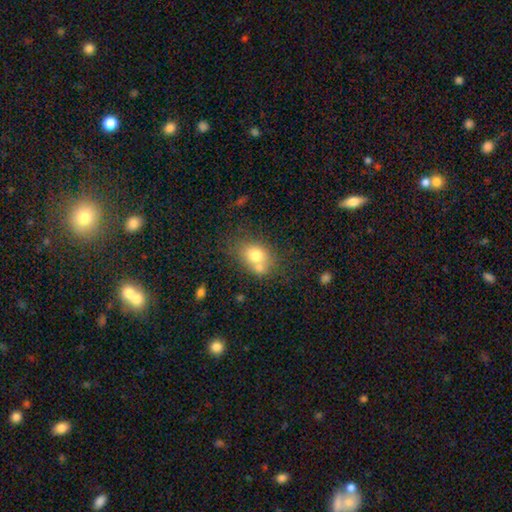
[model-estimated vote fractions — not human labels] Smooth or featured? Predicted: smooth (p=0.72). How rounded? Predicted: in between (p=0.64). Merging? Predicted: none (p=0.44).